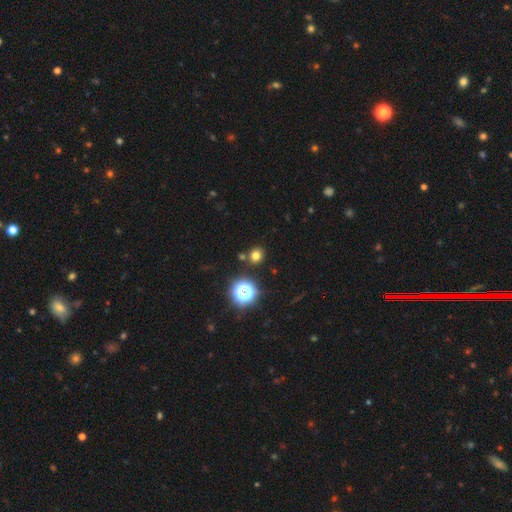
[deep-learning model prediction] smooth_or_featured: smooth (p=0.72) [alt: star or artifact p=0.22]
how_rounded: round (p=0.82) [alt: in between p=0.17]
merging: none (p=0.84) [alt: minor disturbance p=0.07]